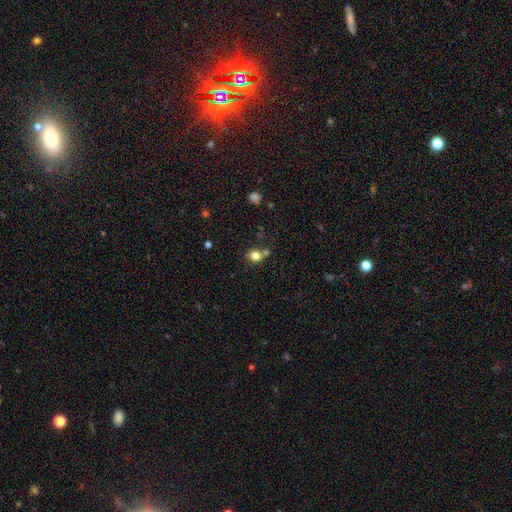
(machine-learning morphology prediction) Smooth or featured? Predicted: smooth (p=0.80). How rounded? Predicted: round (p=0.69). Merging? Predicted: none (p=0.63).